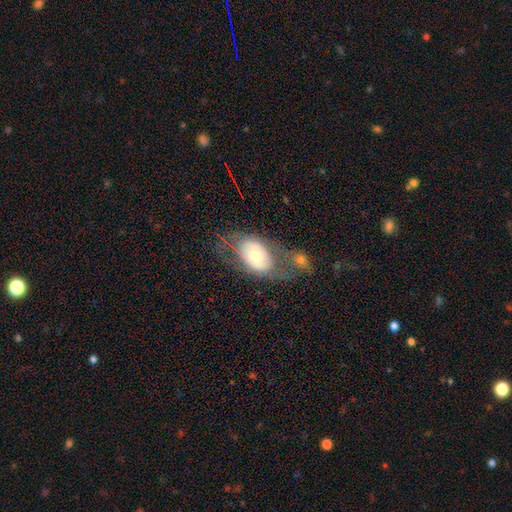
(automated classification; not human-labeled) Morphology: type=featured or disk (51%); edge-on=no (91%); merging=none (41%).